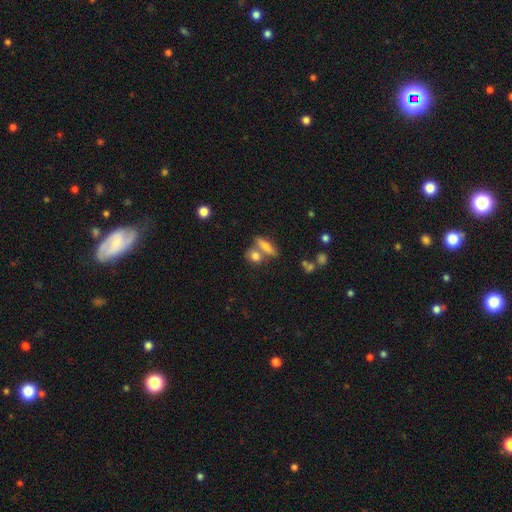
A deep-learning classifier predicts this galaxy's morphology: Smooth or featured? Predicted: smooth (p=0.72). How rounded? Predicted: in between (p=0.46). Merging? Predicted: none (p=0.52).